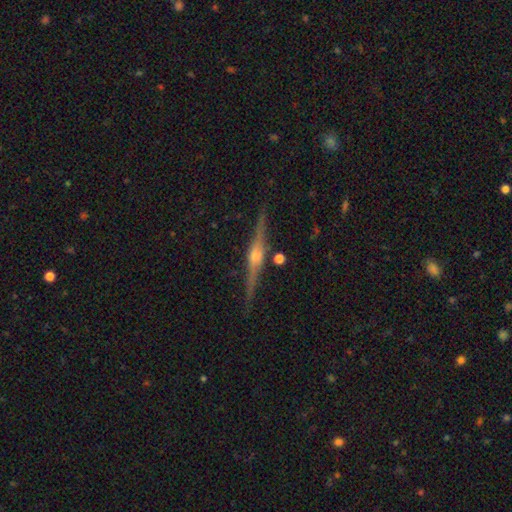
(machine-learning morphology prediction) smooth-or-featured: featured or disk: 85% | smooth: 9% | star or artifact: 6%
  disk-edge-on: yes: 98% | no: 2%
    edge-on-bulge: rounded: 85% | boxy: 10% | none: 5%
  merging: none: 89% | minor disturbance: 8% | merger: 2% | major disturbance: 2%